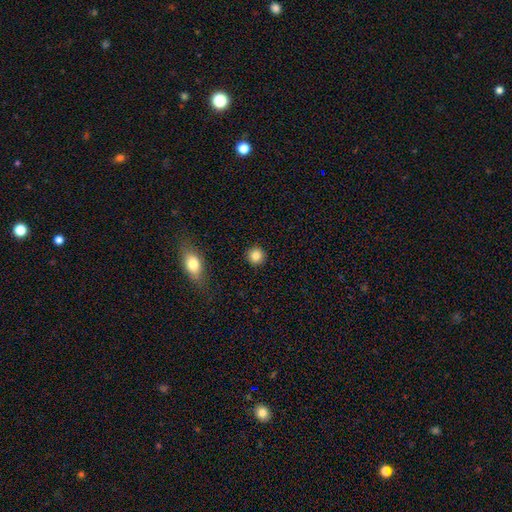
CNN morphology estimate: Overall: smooth (85%). How rounded: round (93%). Merging: none (91%).